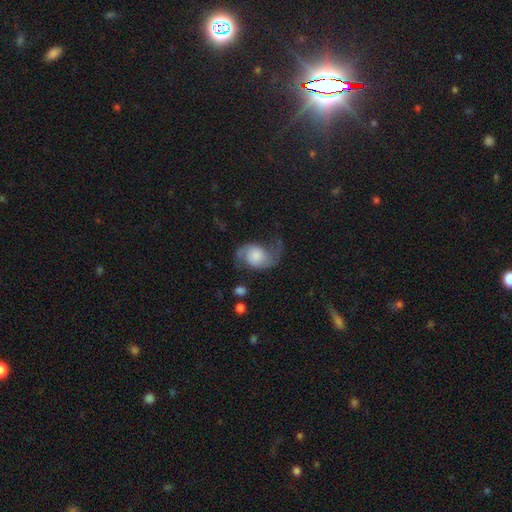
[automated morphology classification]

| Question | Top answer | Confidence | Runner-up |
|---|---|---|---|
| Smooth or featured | featured or disk | 79% | smooth (15%) |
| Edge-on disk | no | 98% | yes (2%) |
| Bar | no | 70% | weak (25%) |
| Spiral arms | yes | 95% | no (5%) |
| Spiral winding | loose | 63% | medium (29%) |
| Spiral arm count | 2 | 92% | 1 (3%) |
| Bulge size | large | 30% | moderate (22%) |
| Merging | none | 60% | minor disturbance (20%) |